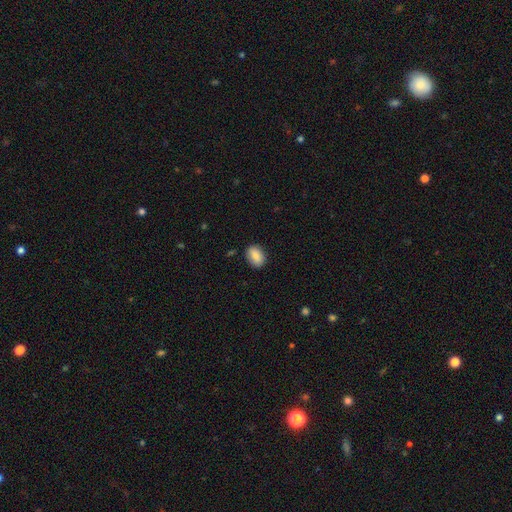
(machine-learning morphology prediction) smooth_or_featured: smooth (p=0.86) [alt: star or artifact p=0.07]
how_rounded: in between (p=0.80) [alt: round p=0.18]
merging: none (p=0.85) [alt: minor disturbance p=0.11]